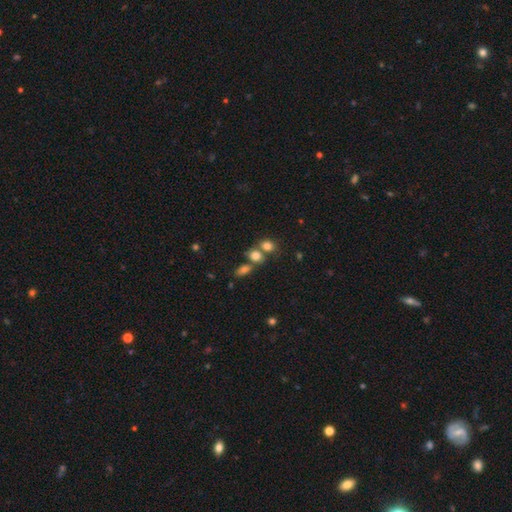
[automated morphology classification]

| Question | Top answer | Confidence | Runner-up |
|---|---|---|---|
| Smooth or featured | smooth | 78% | star or artifact (13%) |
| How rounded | in between | 53% | round (45%) |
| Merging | none | 44% | merger (40%) |